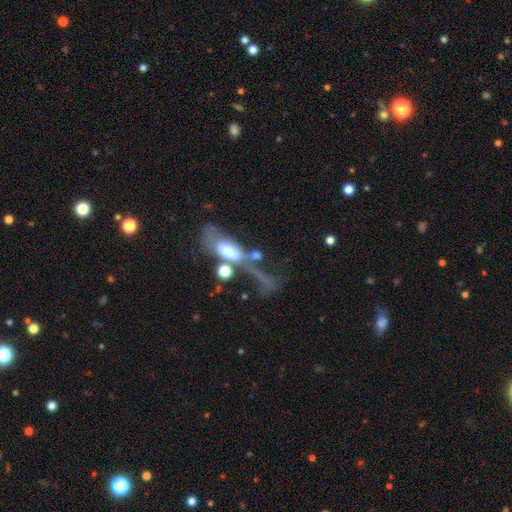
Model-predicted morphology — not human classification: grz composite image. It shows a smooth galaxy with no disk features (56%) that is in between round and cigar-shaped (67%). Merging: merger (40%).